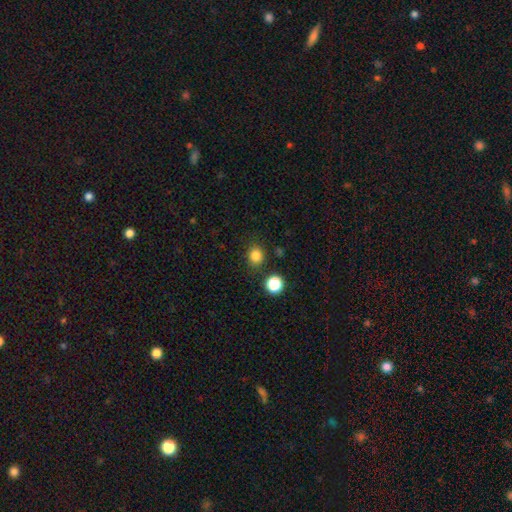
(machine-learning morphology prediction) smooth-or-featured: smooth: 82% | star or artifact: 13% | featured or disk: 5%
  how-rounded: round: 74% | in between: 25% | cigar-shaped: 1%
  merging: none: 84% | minor disturbance: 9% | merger: 4% | major disturbance: 3%